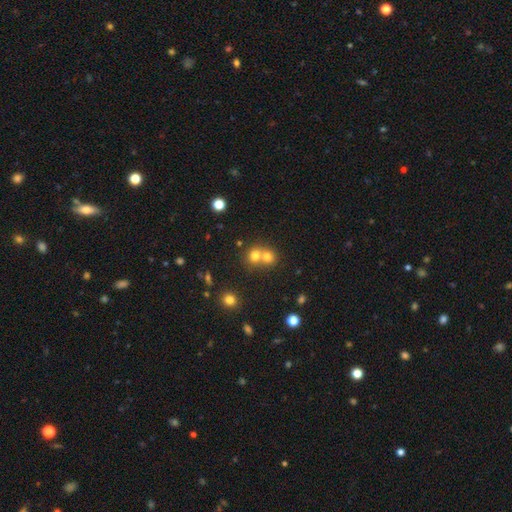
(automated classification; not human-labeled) The model was most divided on "merging": merger: 57%, none: 37%, minor disturbance: 4%, major disturbance: 2%. More confident: how rounded — round (82%); smooth or featured — smooth (73%).